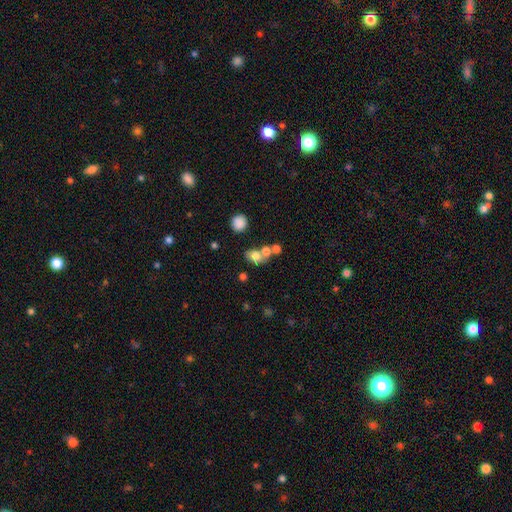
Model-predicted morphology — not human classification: The model was most divided on "merging": merger: 44%, none: 38%, minor disturbance: 11%, major disturbance: 7%. More confident: smooth or featured — smooth (71%); how rounded — in between (57%).